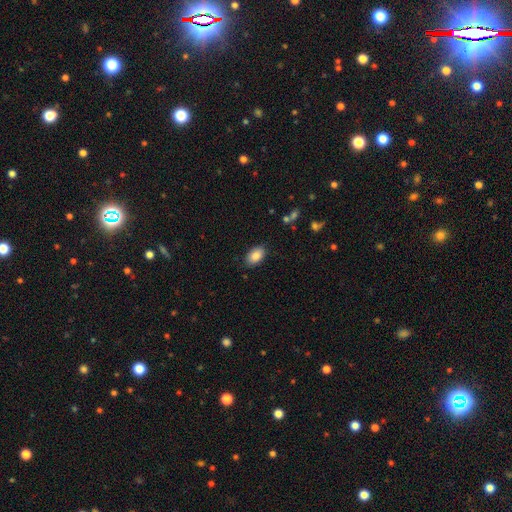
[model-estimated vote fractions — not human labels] smooth-or-featured: smooth: 88% | star or artifact: 7% | featured or disk: 5%
  how-rounded: in between: 92% | round: 7% | cigar-shaped: 1%
  merging: none: 85% | minor disturbance: 11% | major disturbance: 3% | merger: 1%